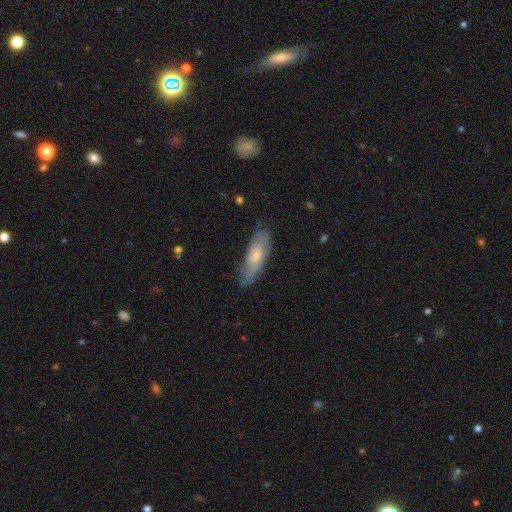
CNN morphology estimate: Smooth or featured? Predicted: smooth (p=0.55). How rounded? Predicted: in between (p=0.57). Merging? Predicted: none (p=0.68).